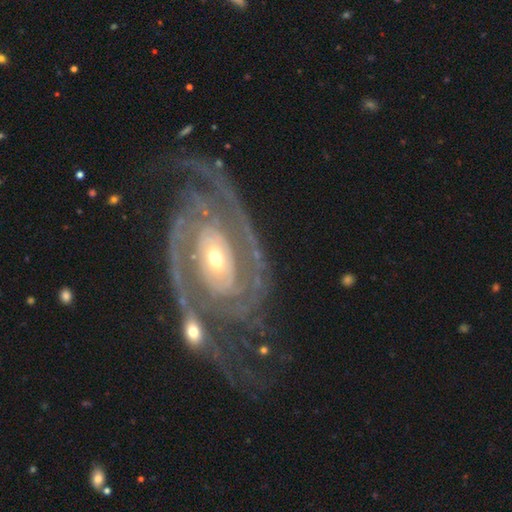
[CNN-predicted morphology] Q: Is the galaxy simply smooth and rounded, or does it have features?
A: featured or disk — 92%.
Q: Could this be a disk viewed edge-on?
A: no — 97%.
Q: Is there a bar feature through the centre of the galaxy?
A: no — 55%.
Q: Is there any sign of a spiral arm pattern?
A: yes — 98%.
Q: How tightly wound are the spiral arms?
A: tight — 61%.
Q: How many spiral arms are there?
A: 2 — 68%.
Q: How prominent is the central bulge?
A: small — 49%.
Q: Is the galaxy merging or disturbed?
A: none — 61%.